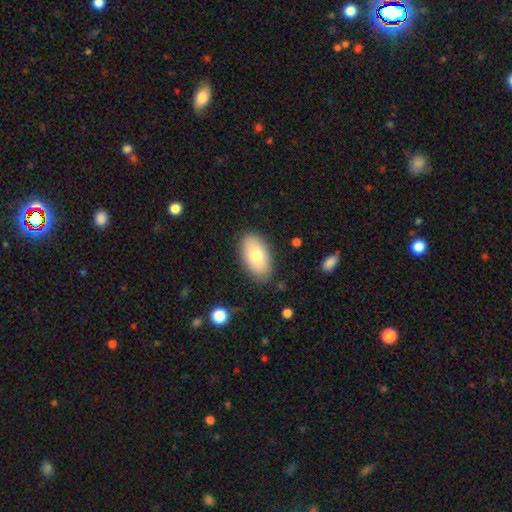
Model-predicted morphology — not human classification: smooth-or-featured: smooth: 77% | featured or disk: 17% | star or artifact: 6%
  how-rounded: in between: 94% | round: 4% | cigar-shaped: 2%
  merging: none: 84% | minor disturbance: 12% | major disturbance: 3% | merger: 1%